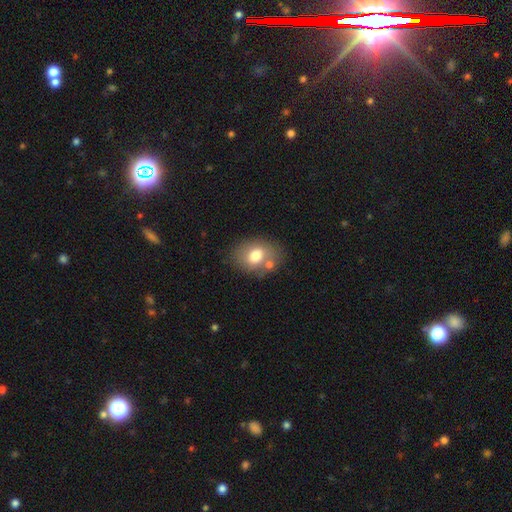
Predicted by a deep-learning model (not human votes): smooth-or-featured: smooth: 73% | featured or disk: 19% | star or artifact: 9%
  how-rounded: in between: 65% | round: 34% | cigar-shaped: 1%
  merging: none: 64% | minor disturbance: 16% | merger: 14% | major disturbance: 5%